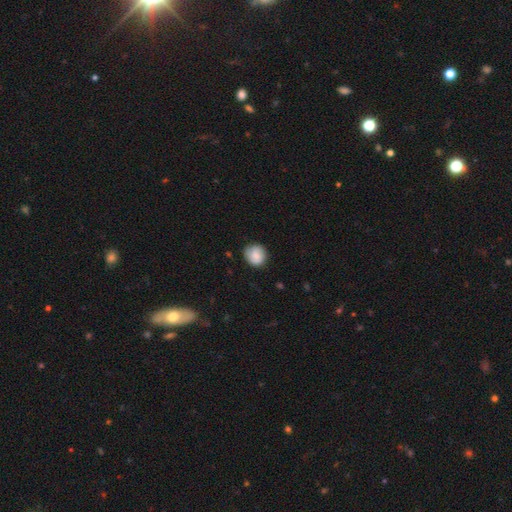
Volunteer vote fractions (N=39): A smooth galaxy with no disk features (85%) that is round (85%).

Vote fractions:
- Smooth or featured? smooth: 85% / featured or disk: 13% / star or artifact: 3%
- How rounded? round: 85% / in between: 15% / cigar-shaped: 0%
- Merging? none: 76% / minor disturbance: 16% / major disturbance: 5% / merger: 3%